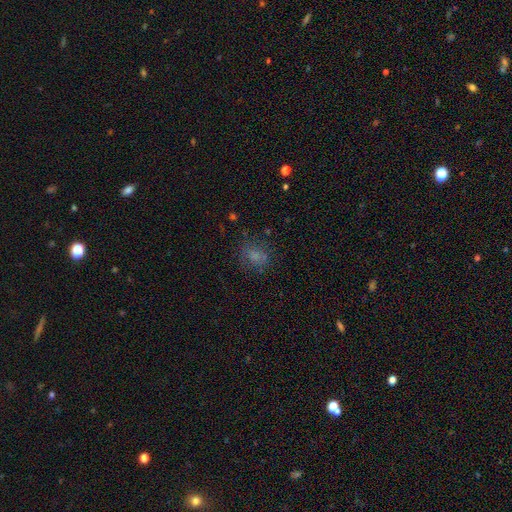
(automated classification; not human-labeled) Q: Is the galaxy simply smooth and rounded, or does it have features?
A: smooth — 65%.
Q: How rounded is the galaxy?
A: round — 58%.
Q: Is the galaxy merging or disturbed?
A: none — 67%.